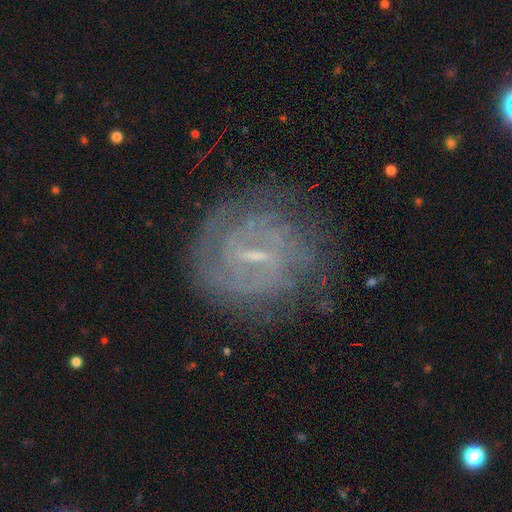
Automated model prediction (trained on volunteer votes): Smooth or featured: featured or disk — 81% (smooth — 10%)
Edge-on disk: no — 97% (yes — 3%)
Bar: weak — 51% (strong — 36%)
Spiral arms: yes — 91% (no — 9%)
Spiral winding: tight — 67% (medium — 26%)
Spiral arm count: can't tell — 38% (2 — 33%)
Bulge size: small — 68% (none — 17%)
Merging: none — 76% (minor disturbance — 15%)